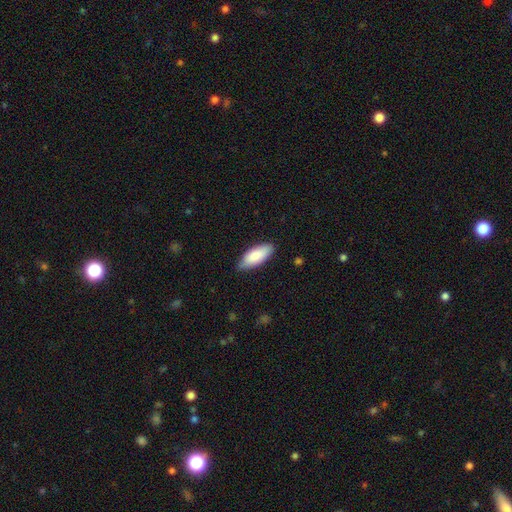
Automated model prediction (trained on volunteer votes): Morphology: type=smooth (83%); roundness=in between (80%); merging=none (79%).